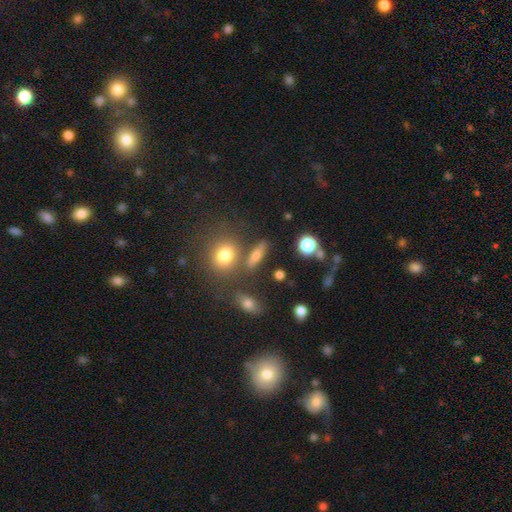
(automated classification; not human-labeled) smooth-or-featured: smooth: 63% | featured or disk: 22% | star or artifact: 14%
  how-rounded: in between: 37% (tied) | cigar-shaped: 37% (tied) | round: 26%
  merging: none: 72% | minor disturbance: 12% | merger: 11% | major disturbance: 5%